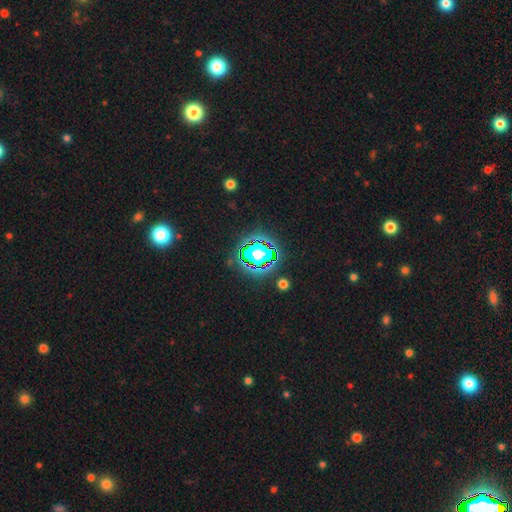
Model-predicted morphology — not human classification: A star or artifact, not a galaxy (60%).